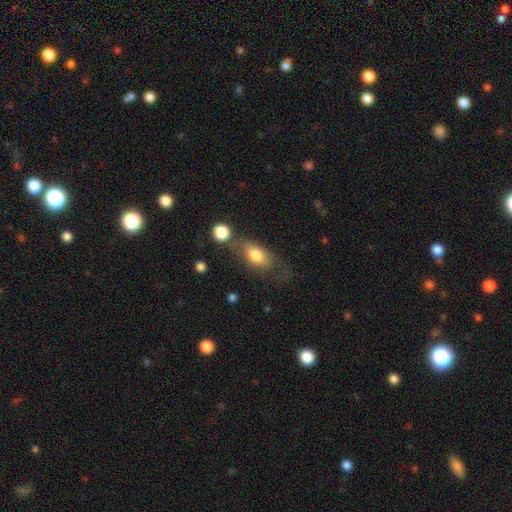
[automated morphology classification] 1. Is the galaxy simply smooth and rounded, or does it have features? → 75% smooth, 18% featured or disk, 7% star or artifact.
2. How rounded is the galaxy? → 83% in between, 10% round, 7% cigar-shaped.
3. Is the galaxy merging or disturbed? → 45% none, 23% minor disturbance, 17% major disturbance, 15% merger.